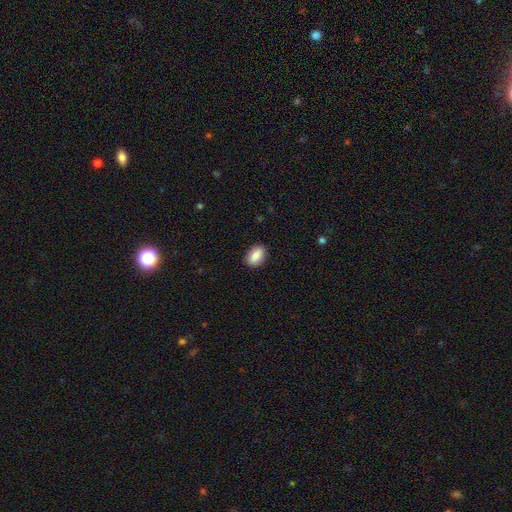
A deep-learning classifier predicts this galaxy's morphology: Q: Smooth or featured?
A: smooth (88%); runner-up: star or artifact (7%)
Q: How rounded?
A: in between (87%); runner-up: round (11%)
Q: Merging?
A: none (89%); runner-up: minor disturbance (8%)